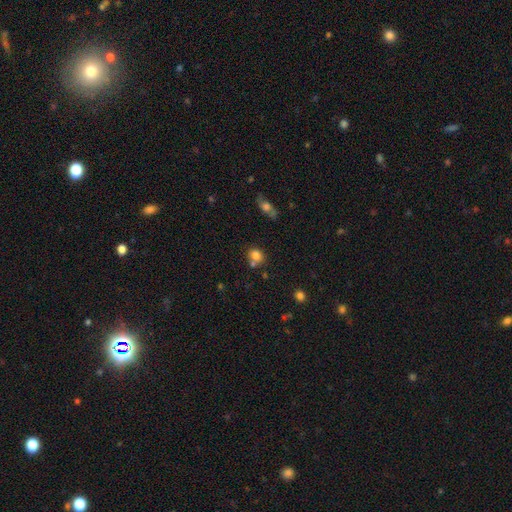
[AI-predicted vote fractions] This appears to be a smooth galaxy with no disk features (79%) that is round (63%). Merging: none (57%).